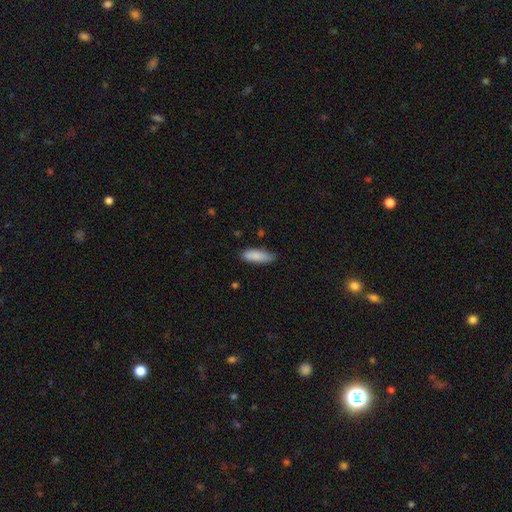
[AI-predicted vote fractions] Morphology: type=smooth (87%); roundness=in between (59%); merging=none (74%).